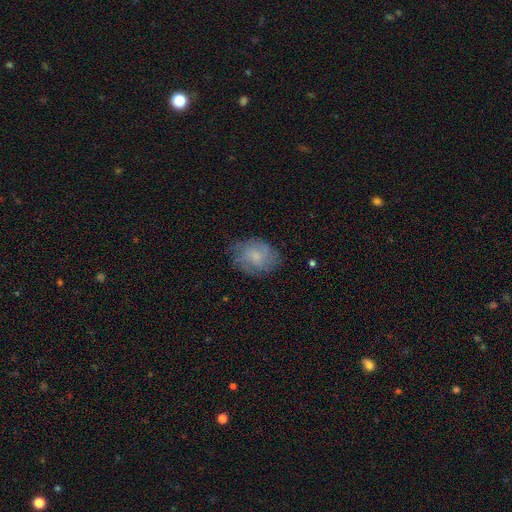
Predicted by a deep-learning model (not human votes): A smooth galaxy with no disk features (59%) that is in between round and cigar-shaped (61%).

Vote fractions:
- Smooth or featured? smooth: 59% / featured or disk: 33% / star or artifact: 8%
- How rounded? in between: 61% / round: 38% / cigar-shaped: 1%
- Merging? none: 70% / minor disturbance: 22% / major disturbance: 7% / merger: 1%